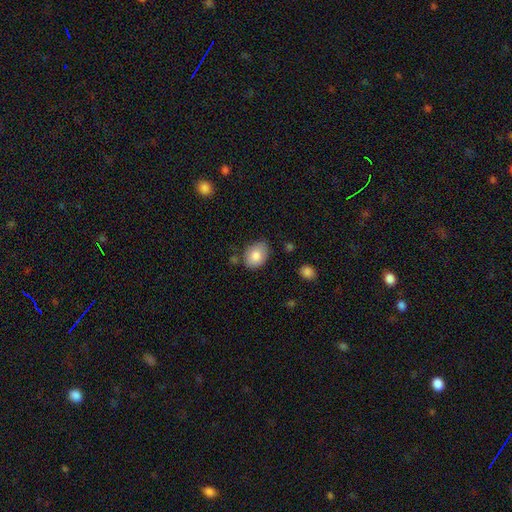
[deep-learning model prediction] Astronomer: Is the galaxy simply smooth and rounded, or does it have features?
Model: smooth — 83%.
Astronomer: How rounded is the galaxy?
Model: in between — 76%.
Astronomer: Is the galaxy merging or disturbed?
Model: none — 71%.